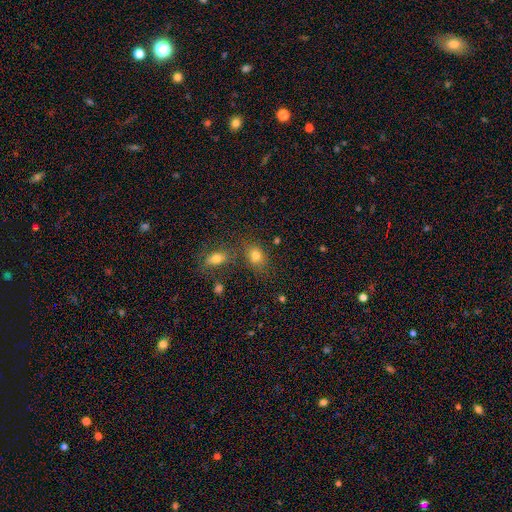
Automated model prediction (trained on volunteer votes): Smooth or featured? smooth (78%)
How rounded? in between (61%)
Merging? none (66%)